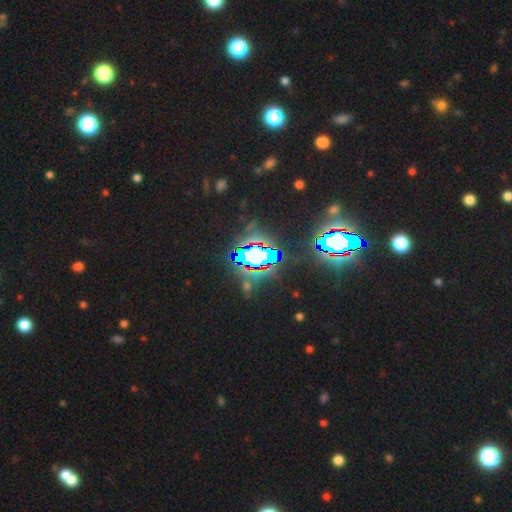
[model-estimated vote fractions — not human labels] The model was most divided on "smooth or featured": star or artifact: 73%, smooth: 14%, featured or disk: 13%.